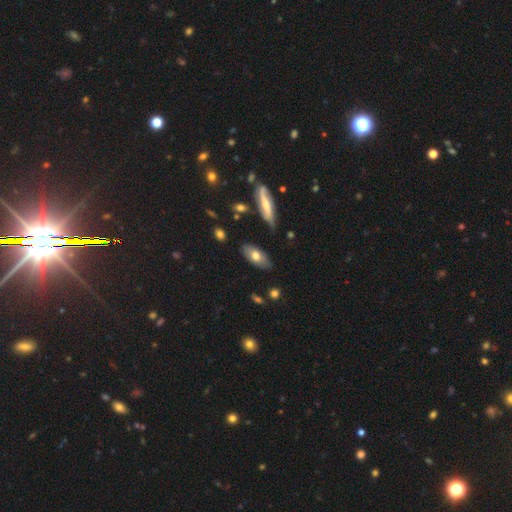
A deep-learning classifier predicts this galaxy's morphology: A smooth galaxy with no disk features (65%) that is in between round and cigar-shaped (84%).

Vote fractions:
- Smooth or featured? smooth: 65% / featured or disk: 29% / star or artifact: 6%
- How rounded? in between: 84% / cigar-shaped: 14% / round: 3%
- Merging? none: 76% / minor disturbance: 17% / major disturbance: 3% / merger: 3%